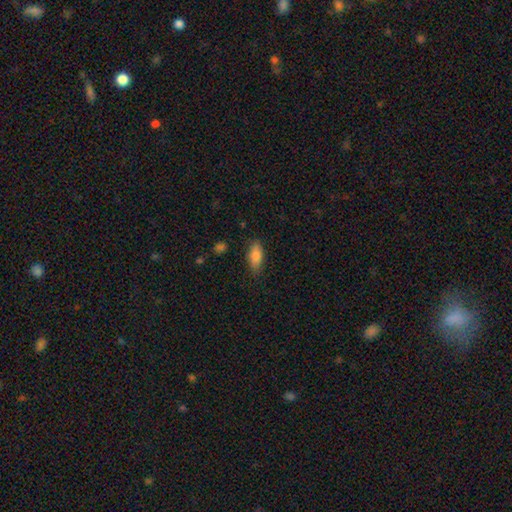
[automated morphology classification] Smooth or featured? smooth (85%)
How rounded? in between (81%)
Merging? none (82%)